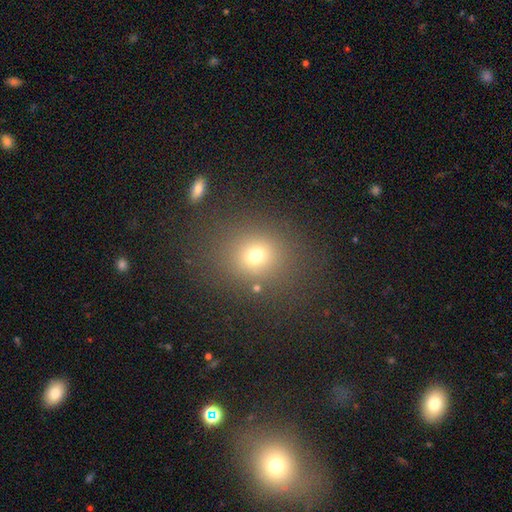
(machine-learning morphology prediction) type=smooth (70%); roundness=round (71%); merging=none (81%).